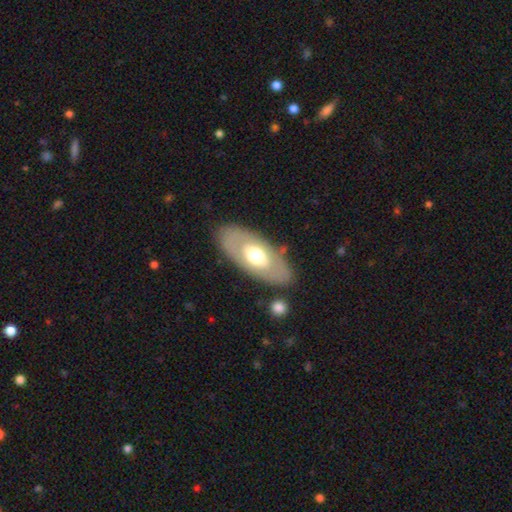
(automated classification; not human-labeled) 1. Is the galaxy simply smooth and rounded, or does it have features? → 48% smooth, 47% featured or disk, 5% star or artifact.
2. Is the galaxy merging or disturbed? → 80% none, 12% minor disturbance, 5% major disturbance, 3% merger.